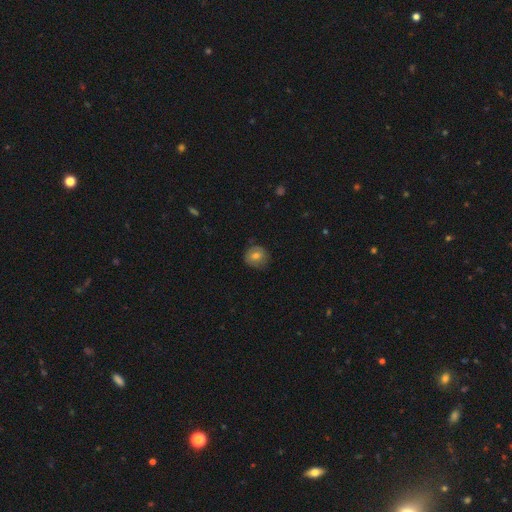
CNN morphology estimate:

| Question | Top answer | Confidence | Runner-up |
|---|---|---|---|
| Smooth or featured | smooth | 71% | featured or disk (20%) |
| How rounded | round | 84% | in between (15%) |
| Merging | none | 77% | minor disturbance (18%) |